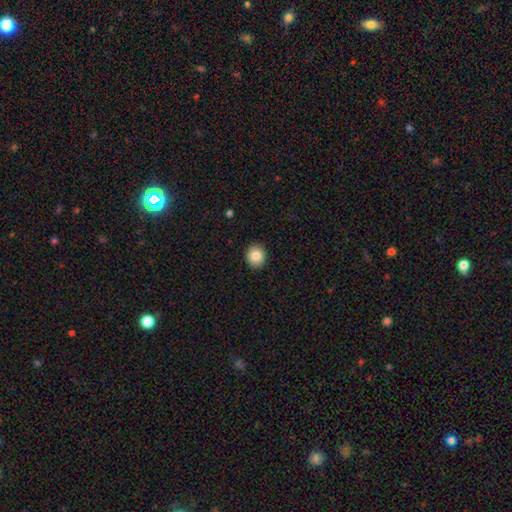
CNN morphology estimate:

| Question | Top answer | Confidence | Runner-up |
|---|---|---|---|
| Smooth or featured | smooth | 84% | star or artifact (9%) |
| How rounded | round | 78% | in between (21%) |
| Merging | none | 91% | minor disturbance (6%) |